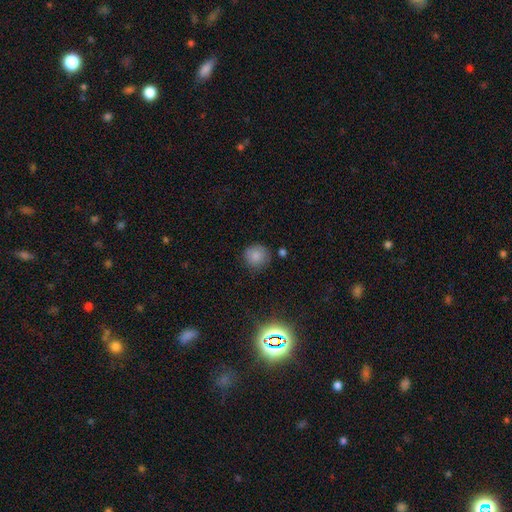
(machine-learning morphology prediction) Overall: smooth (82%). How rounded: round (92%). Merging: none (82%).